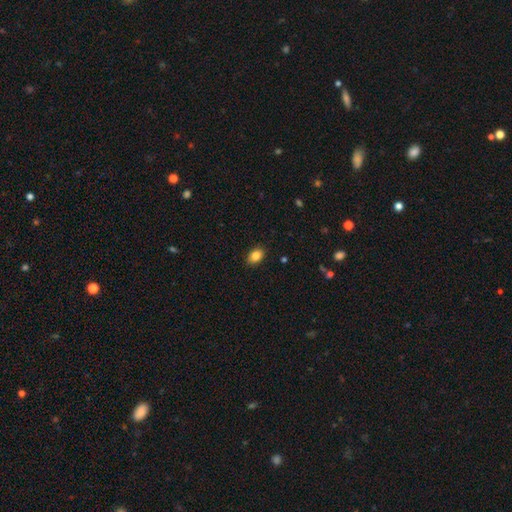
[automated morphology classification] A smooth galaxy with no disk features (85%) that is in between round and cigar-shaped (78%). Merging: none (89%).